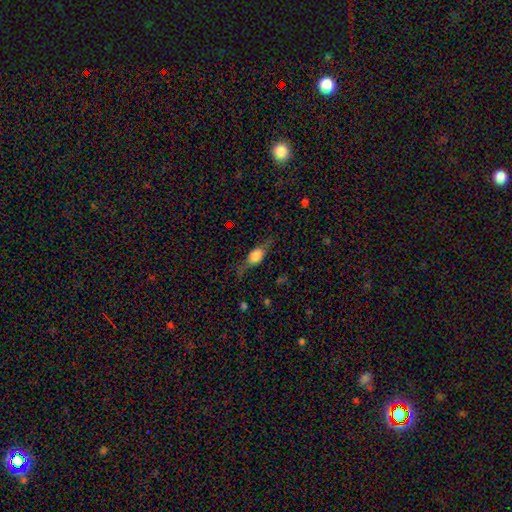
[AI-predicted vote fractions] Q: Smooth or featured?
A: smooth (50%); runner-up: featured or disk (40%)
Q: How rounded?
A: in between (64%); runner-up: cigar-shaped (21%)
Q: Merging?
A: none (67%); runner-up: minor disturbance (22%)